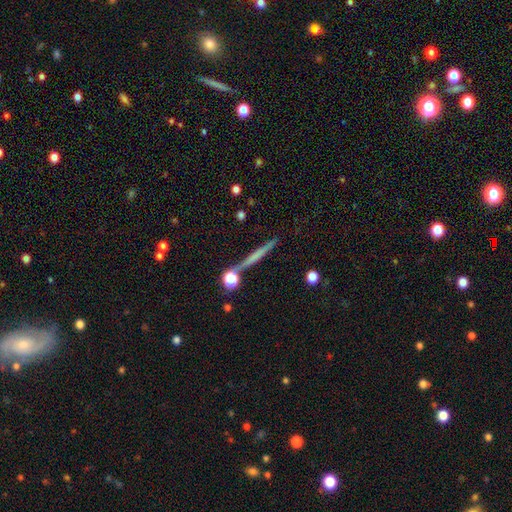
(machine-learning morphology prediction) A featured or disk galaxy (51%) viewed edge-on (96%).

Vote fractions:
- Smooth or featured? featured or disk: 51% / smooth: 40% / star or artifact: 9%
- Edge-on disk? yes: 96% / no: 4%
- Merging? none: 82% / minor disturbance: 9% / merger: 6% / major disturbance: 3%